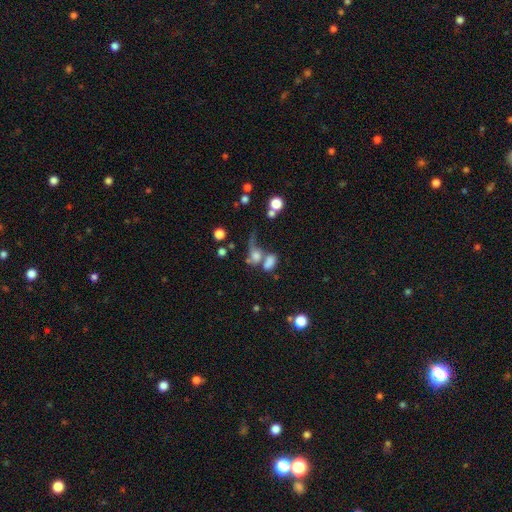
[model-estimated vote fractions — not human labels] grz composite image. It shows a smooth galaxy with no disk features (61%) that is in between round and cigar-shaped (60%). Merging: merger (45%).